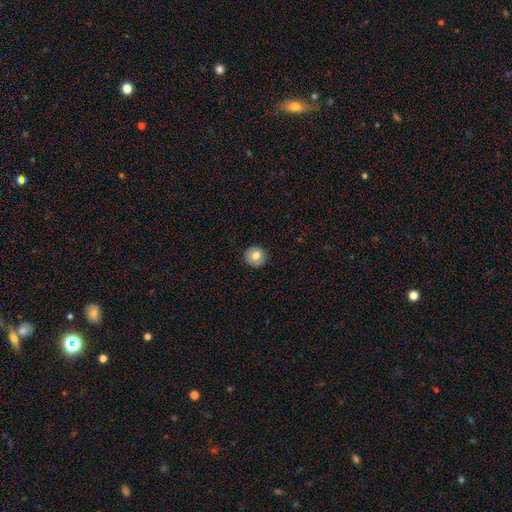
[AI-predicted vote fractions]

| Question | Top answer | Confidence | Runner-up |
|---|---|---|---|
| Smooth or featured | smooth | 78% | featured or disk (14%) |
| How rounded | round | 92% | in between (7%) |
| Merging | none | 90% | minor disturbance (7%) |